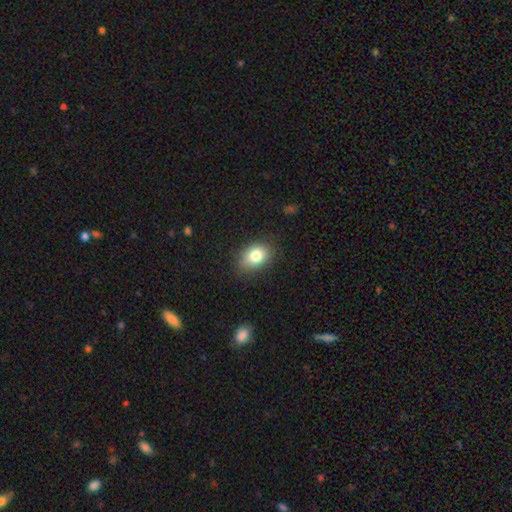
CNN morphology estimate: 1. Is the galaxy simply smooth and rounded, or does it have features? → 81% smooth, 10% featured or disk, 9% star or artifact.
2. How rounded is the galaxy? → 79% in between, 20% round, 1% cigar-shaped.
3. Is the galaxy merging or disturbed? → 83% none, 13% minor disturbance, 3% major disturbance, 1% merger.